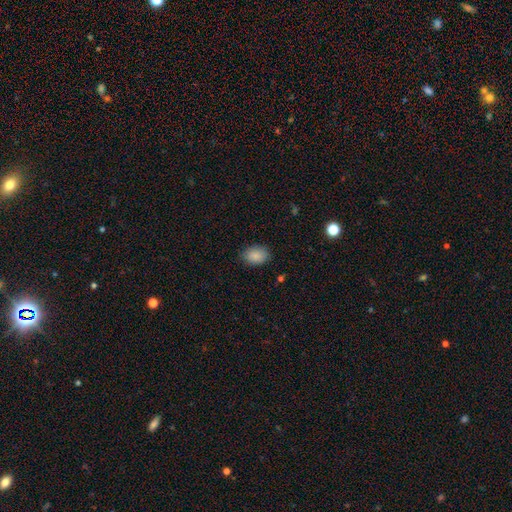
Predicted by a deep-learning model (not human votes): Q: Smooth or featured?
A: smooth (88%); runner-up: star or artifact (8%)
Q: How rounded?
A: in between (76%); runner-up: round (23%)
Q: Merging?
A: none (84%); runner-up: minor disturbance (12%)